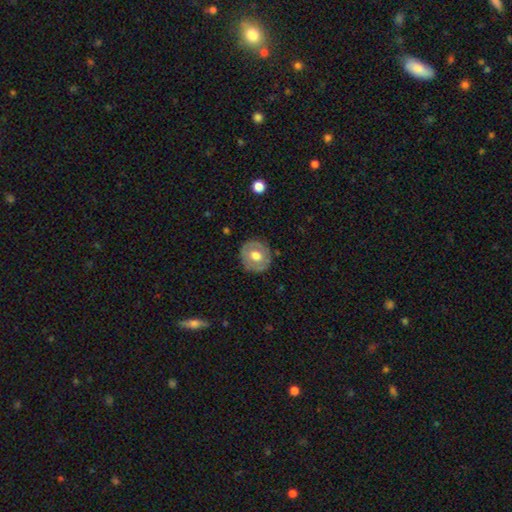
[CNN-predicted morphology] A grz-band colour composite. It shows a smooth galaxy with no disk features (52%) that is round (86%). Merging: none (83%).